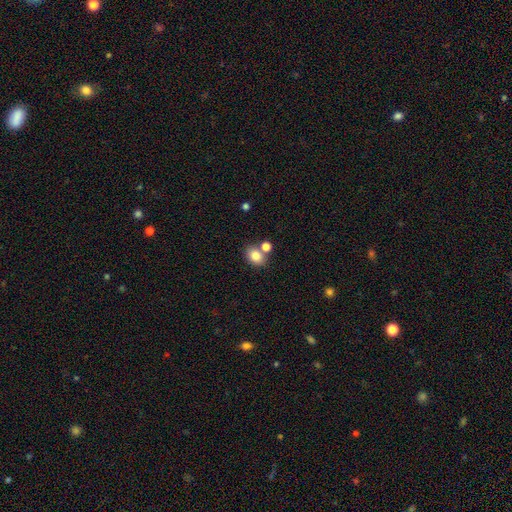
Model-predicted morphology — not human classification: smooth 82%, star or artifact 10%, featured or disk 8%. Down the decision tree: how rounded — in between (56%); merging — none (61%).